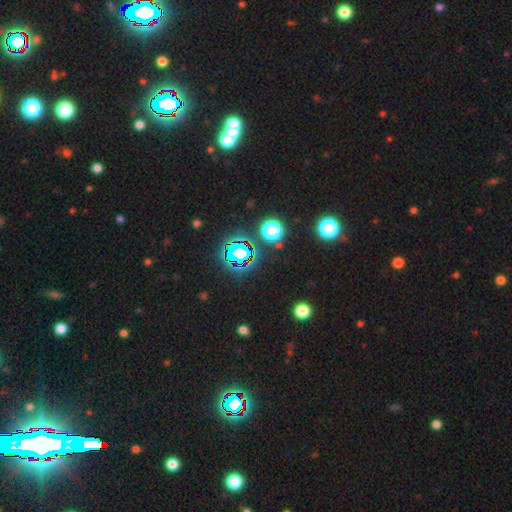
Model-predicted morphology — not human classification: This appears to be a star or artifact, not a galaxy (79%).